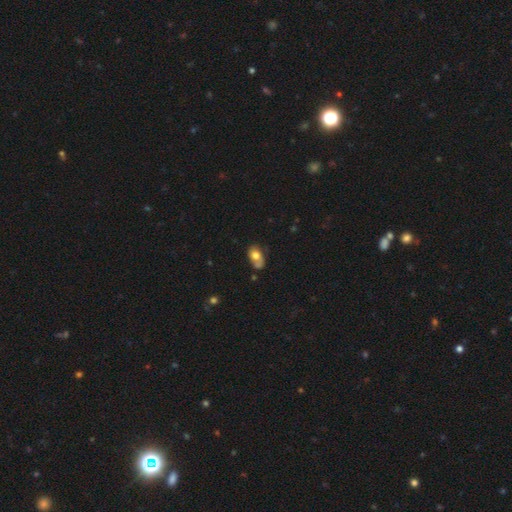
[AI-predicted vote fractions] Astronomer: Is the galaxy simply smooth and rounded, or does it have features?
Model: smooth — 68%.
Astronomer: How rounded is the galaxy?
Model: in between — 82%.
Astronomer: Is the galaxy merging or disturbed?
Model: none — 40% (runner-up: minor disturbance, 25%).